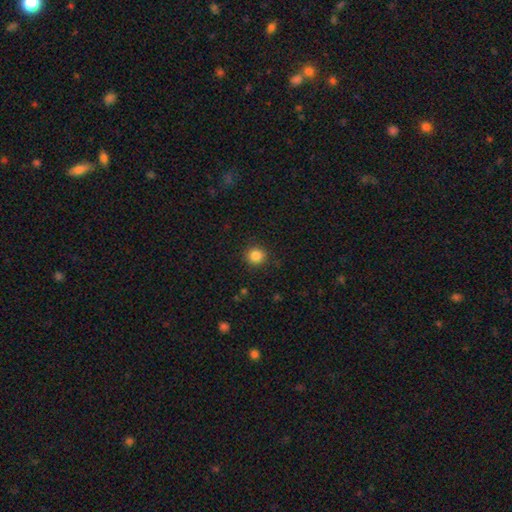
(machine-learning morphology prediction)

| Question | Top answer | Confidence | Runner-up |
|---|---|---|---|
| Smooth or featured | smooth | 86% | star or artifact (11%) |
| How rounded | round | 92% | in between (7%) |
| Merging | none | 90% | minor disturbance (7%) |